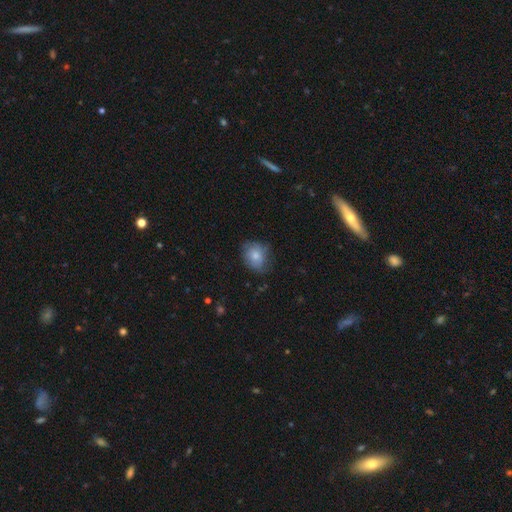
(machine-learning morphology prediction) Smooth or featured: smooth — 70% (featured or disk — 22%)
How rounded: round — 63% (in between — 36%)
Merging: none — 60% (minor disturbance — 29%)